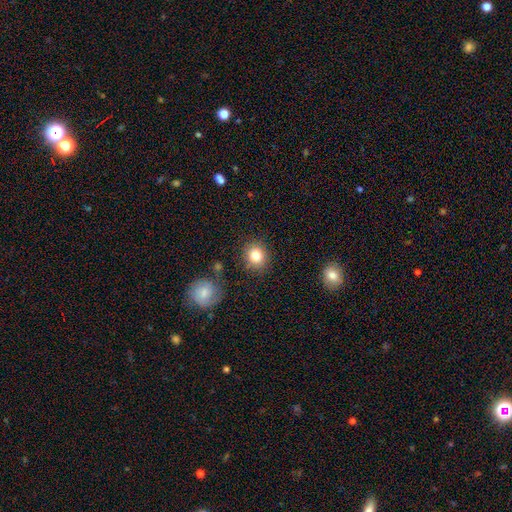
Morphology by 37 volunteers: Overall: smooth (92%). How rounded: round (79%). Merging: none (80%).